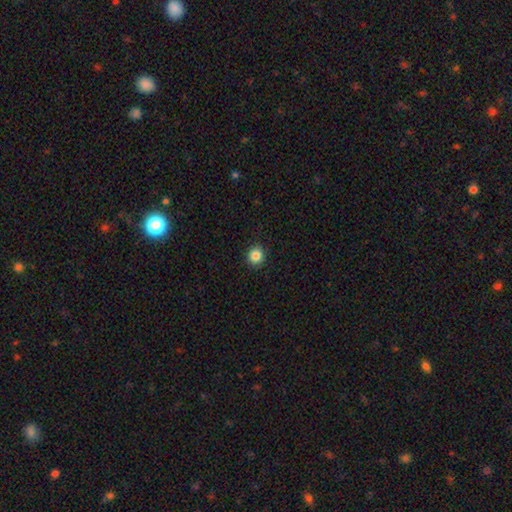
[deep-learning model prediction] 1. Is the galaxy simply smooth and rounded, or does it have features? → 85% smooth, 11% star or artifact, 4% featured or disk.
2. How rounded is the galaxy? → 91% round, 9% in between, 1% cigar-shaped.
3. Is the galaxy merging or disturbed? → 92% none, 6% minor disturbance, 2% major disturbance, 1% merger.